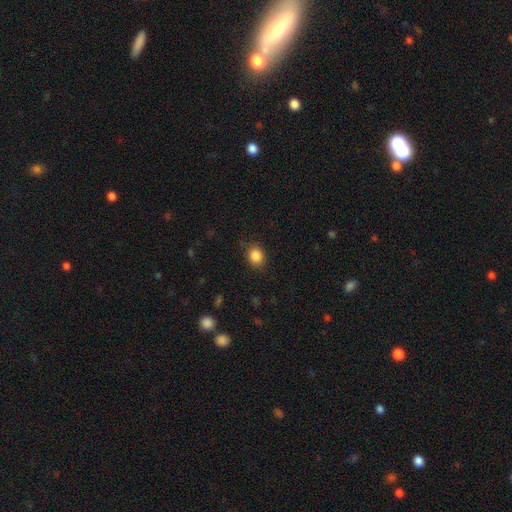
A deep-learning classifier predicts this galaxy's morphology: Smooth or featured?
  - smooth: 87% *
  - star or artifact: 9%
  - featured or disk: 4%
How rounded?
  - round: 55% *
  - in between: 44%
  - cigar-shaped: 1%
Merging?
  - none: 83% *
  - minor disturbance: 13%
  - major disturbance: 3%
  - merger: 1%